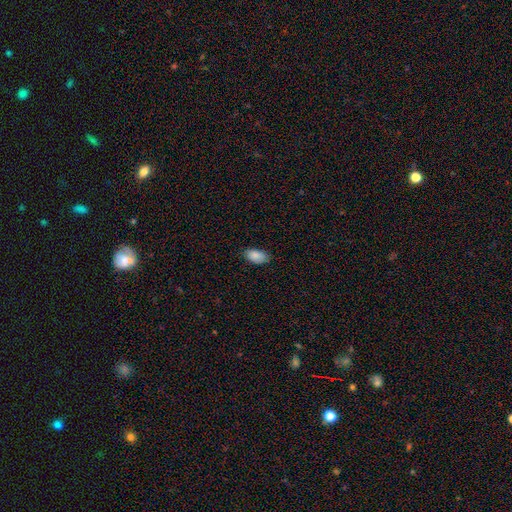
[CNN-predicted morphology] smooth-or-featured: smooth: 87% | star or artifact: 7% | featured or disk: 6%
  how-rounded: in between: 94% | round: 4% | cigar-shaped: 2%
  merging: none: 78% | minor disturbance: 19% | major disturbance: 3% | merger: 1%